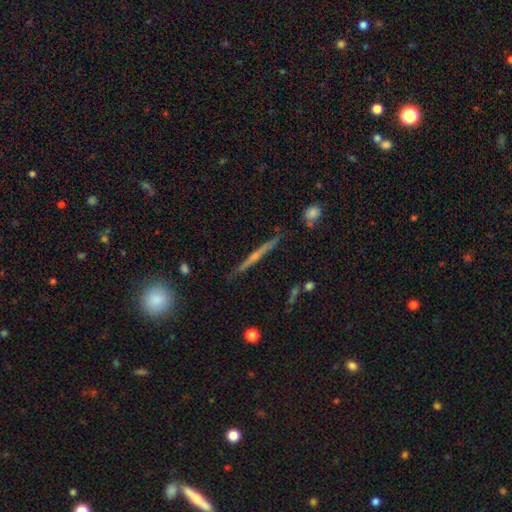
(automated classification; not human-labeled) smooth_or_featured: featured or disk (p=0.76) [alt: smooth p=0.16]
disk_edge_on: yes (p=0.98) [alt: no p=0.02]
edge_on_bulge: rounded (p=0.75) [alt: none p=0.19]
merging: none (p=0.88) [alt: minor disturbance p=0.08]